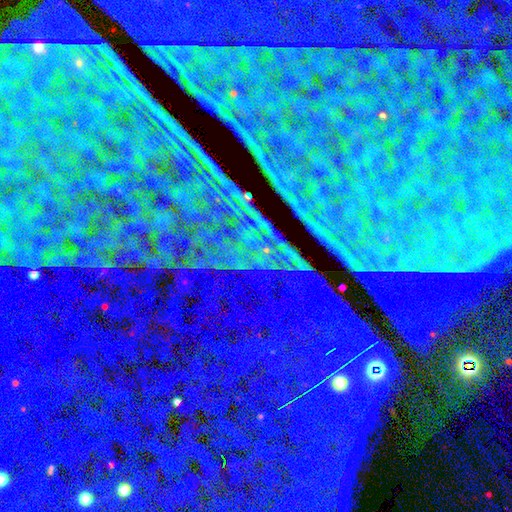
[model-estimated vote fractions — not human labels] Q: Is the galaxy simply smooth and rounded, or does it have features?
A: star or artifact — 86%.